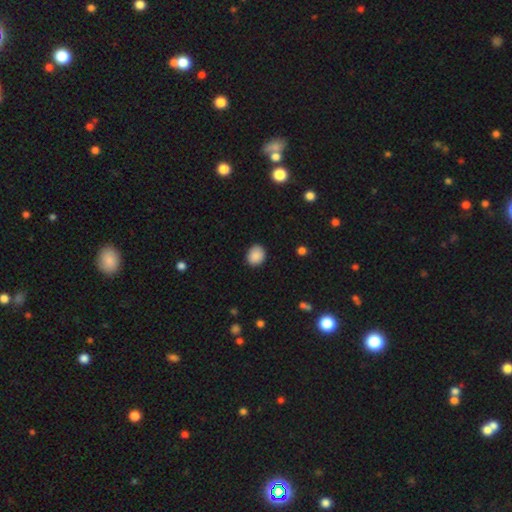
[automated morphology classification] Overall: smooth (88%). How rounded: round (58%; in between 42%). Merging: none (85%).